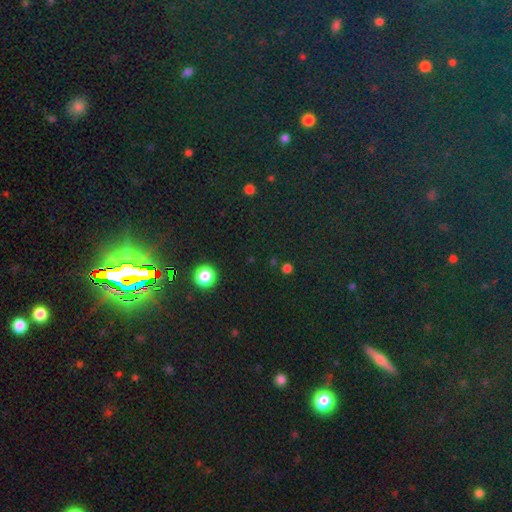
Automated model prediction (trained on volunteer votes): Overall: star or artifact (77%).